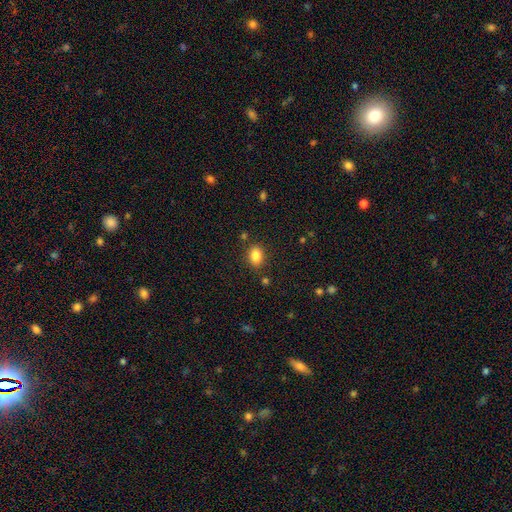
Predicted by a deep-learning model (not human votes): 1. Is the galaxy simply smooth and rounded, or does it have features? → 85% smooth, 10% star or artifact, 5% featured or disk.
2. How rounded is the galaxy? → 74% in between, 25% round, 1% cigar-shaped.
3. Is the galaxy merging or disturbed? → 83% none, 10% minor disturbance, 4% merger, 3% major disturbance.